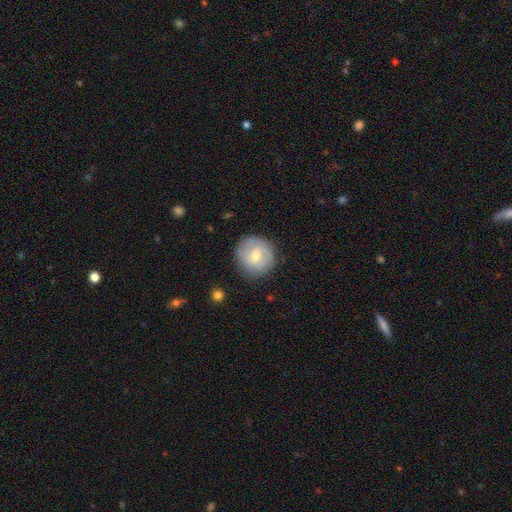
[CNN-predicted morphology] smooth 51%, featured or disk 42%, star or artifact 7%. Down the decision tree: how rounded — round (92%); merging — none (84%).